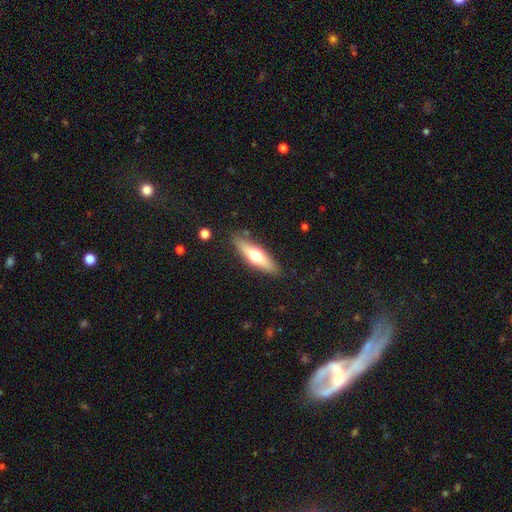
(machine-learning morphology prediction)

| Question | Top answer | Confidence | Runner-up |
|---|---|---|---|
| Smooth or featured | smooth | 50% | featured or disk (44%) |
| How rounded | cigar-shaped | 62% | in between (36%) |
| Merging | none | 85% | minor disturbance (10%) |